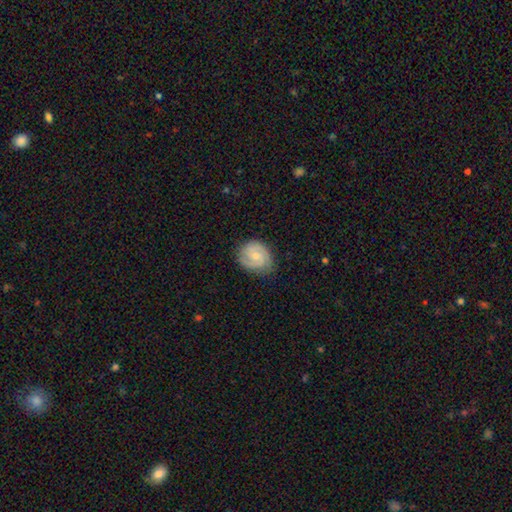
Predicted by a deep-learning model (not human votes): Smooth or featured: featured or disk — 70% (smooth — 24%)
Edge-on disk: no — 98% (yes — 2%)
Bar: no — 60% (weak — 36%)
Spiral arms: yes — 95% (no — 5%)
Spiral winding: tight — 54% (medium — 37%)
Spiral arm count: 2 — 69% (can't tell — 12%)
Bulge size: small — 53% (moderate — 32%)
Merging: none — 76% (minor disturbance — 18%)